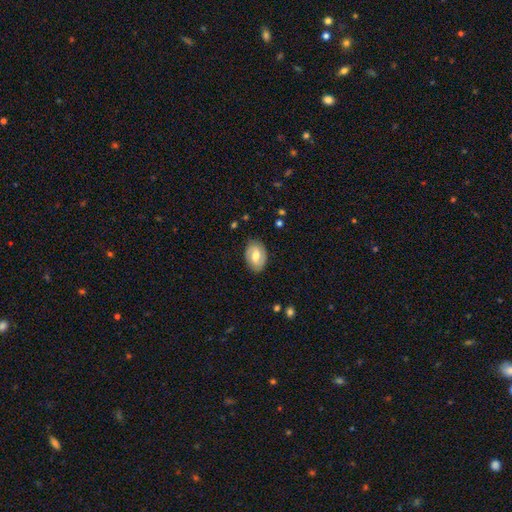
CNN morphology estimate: Smooth or featured: smooth — 56% (featured or disk — 38%)
How rounded: in between — 86% (round — 13%)
Merging: none — 82% (minor disturbance — 13%)